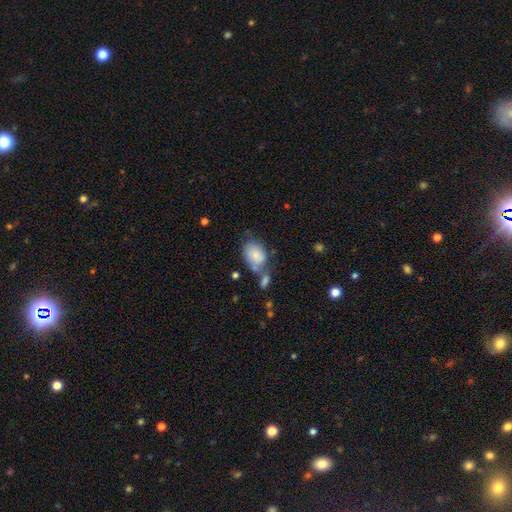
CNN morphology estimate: This is clearly a smooth galaxy (81%). How rounded: likely in between (74%). Merging: marginally none (42%).